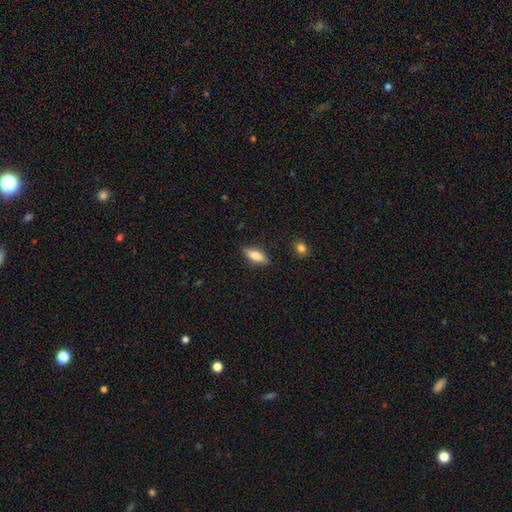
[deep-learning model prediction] This is likely a smooth galaxy (68%). How rounded: possibly in between (57%). Merging: clearly none (85%).